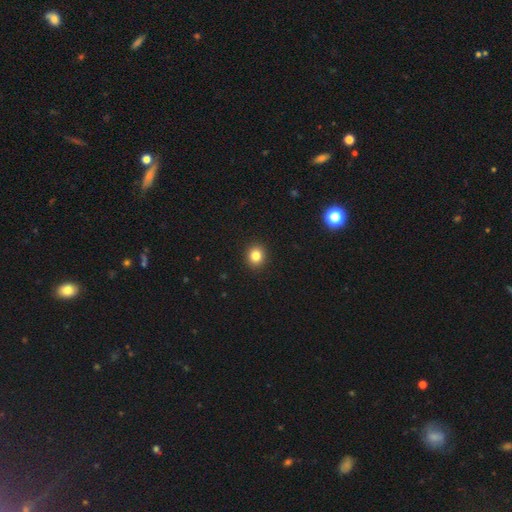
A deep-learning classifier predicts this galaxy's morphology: This appears to be a smooth galaxy with no disk features (82%) that is round (82%). Merging: none (92%).